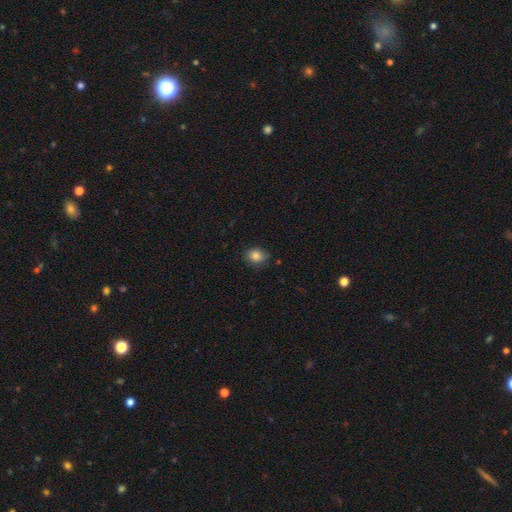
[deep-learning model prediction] smooth_or_featured: smooth (p=0.84) [alt: star or artifact p=0.09]
how_rounded: in between (p=0.60) [alt: round p=0.39]
merging: none (p=0.79) [alt: minor disturbance p=0.17]